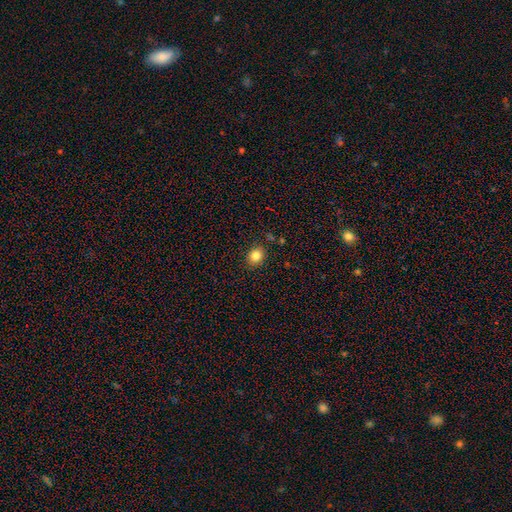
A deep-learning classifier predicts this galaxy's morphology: type=smooth (83%); roundness=round (61%); merging=none (88%).